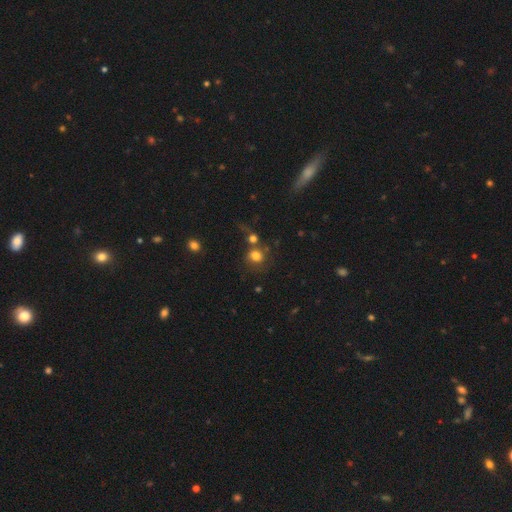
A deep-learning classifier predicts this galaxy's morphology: type=smooth (76%); roundness=round (80%); merging=none (54%).